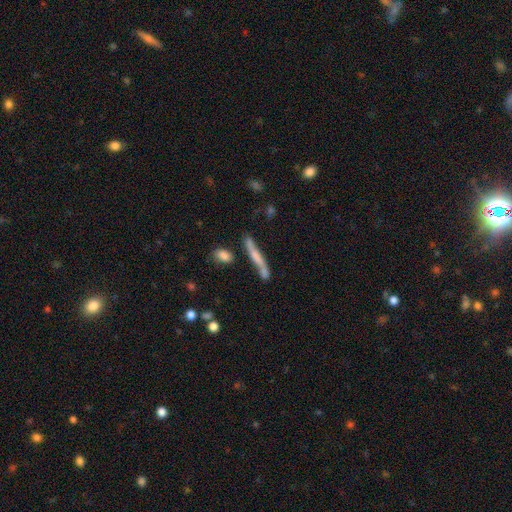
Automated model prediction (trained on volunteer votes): smooth_or_featured: smooth (p=0.51) [alt: featured or disk p=0.41]
how_rounded: cigar-shaped (p=0.91) [alt: in between p=0.06]
merging: none (p=0.62) [alt: minor disturbance p=0.18]